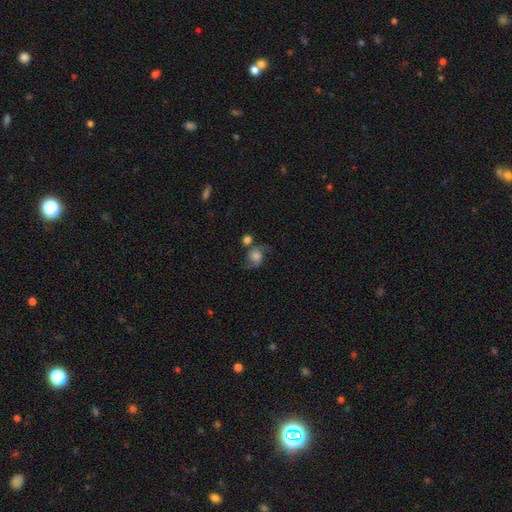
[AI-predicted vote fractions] smooth-or-featured: featured or disk: 45% | smooth: 44% | star or artifact: 12%
  merging: none: 49% | minor disturbance: 21% | merger: 16% | major disturbance: 14%